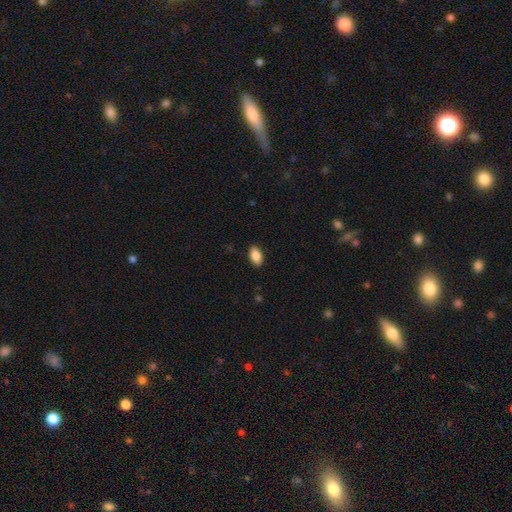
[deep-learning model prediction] A smooth galaxy with no disk features (87%) that is in between round and cigar-shaped (92%).

Vote fractions:
- Smooth or featured? smooth: 87% / star or artifact: 7% / featured or disk: 5%
- How rounded? in between: 92% / round: 5% / cigar-shaped: 2%
- Merging? none: 88% / minor disturbance: 9% / major disturbance: 2% / merger: 1%